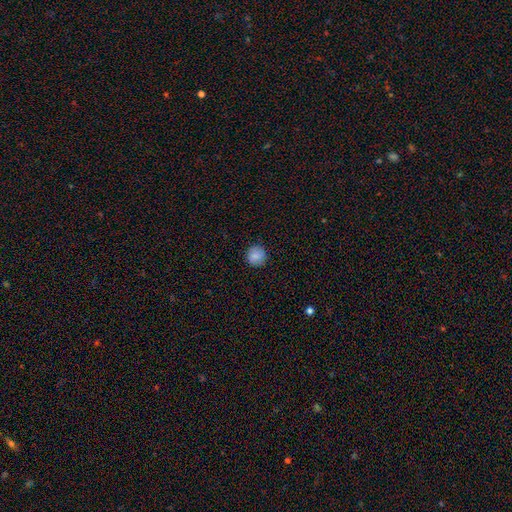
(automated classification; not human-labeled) smooth_or_featured: smooth (p=0.86) [alt: star or artifact p=0.09]
how_rounded: round (p=0.91) [alt: in between p=0.08]
merging: none (p=0.89) [alt: minor disturbance p=0.08]